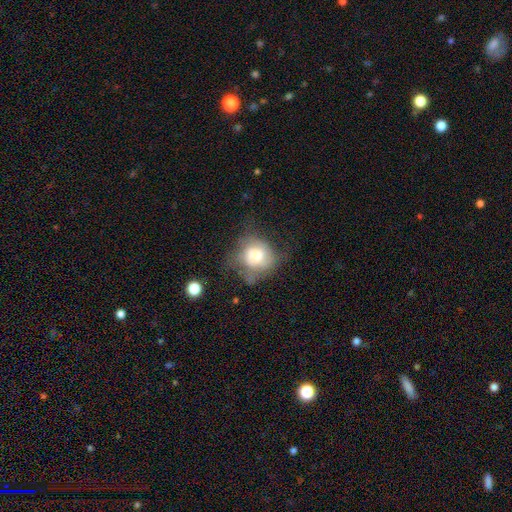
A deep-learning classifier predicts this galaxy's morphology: Overall: smooth (60%; featured or disk 31%). How rounded: round (71%). Merging: none (36%; major disturbance 30%).